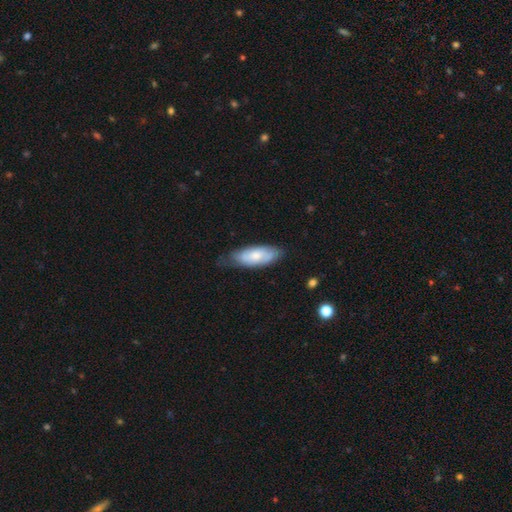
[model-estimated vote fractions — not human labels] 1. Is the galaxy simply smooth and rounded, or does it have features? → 62% smooth, 32% featured or disk, 6% star or artifact.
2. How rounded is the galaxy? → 74% in between, 24% cigar-shaped, 2% round.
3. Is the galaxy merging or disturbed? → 61% none, 31% minor disturbance, 7% major disturbance, 2% merger.